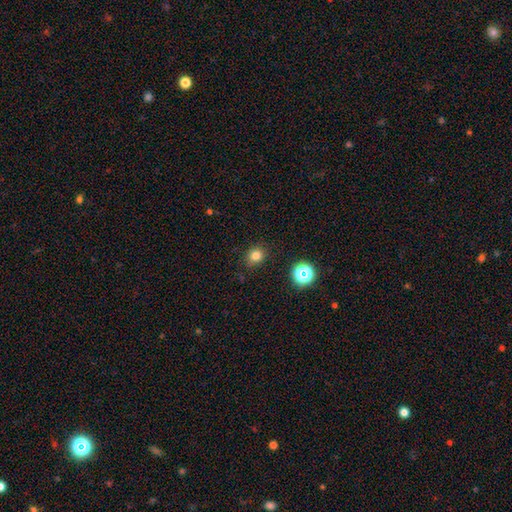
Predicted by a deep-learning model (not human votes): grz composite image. It shows a smooth galaxy with no disk features (78%) that is round (74%). Merging: none (85%).